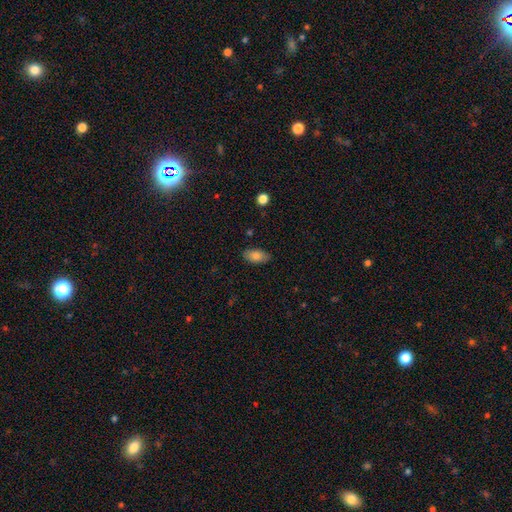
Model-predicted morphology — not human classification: smooth 81%, featured or disk 12%, star or artifact 7%. Down the decision tree: how rounded — in between (92%); merging — none (84%).